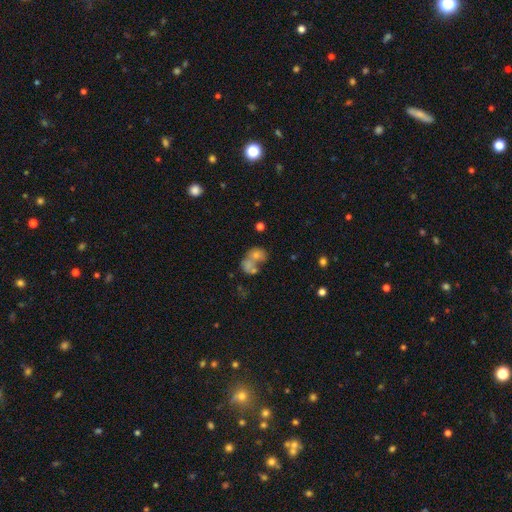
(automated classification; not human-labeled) This appears to be a smooth galaxy with no disk features (53%) that is round (51%). Merging: merger (54%).